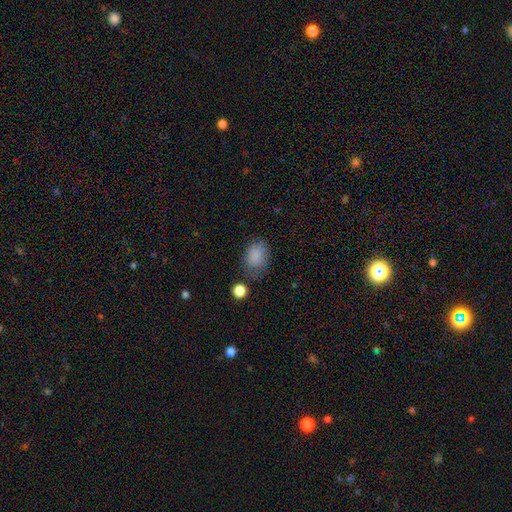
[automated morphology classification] This is clearly a smooth galaxy (83%). How rounded: likely in between (73%). Merging: possibly none (59%).